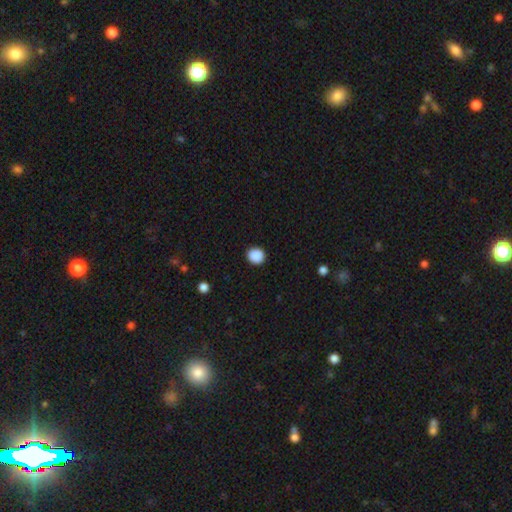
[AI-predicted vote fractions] Smooth or featured? smooth (89%)
How rounded? round (84%)
Merging? none (91%)